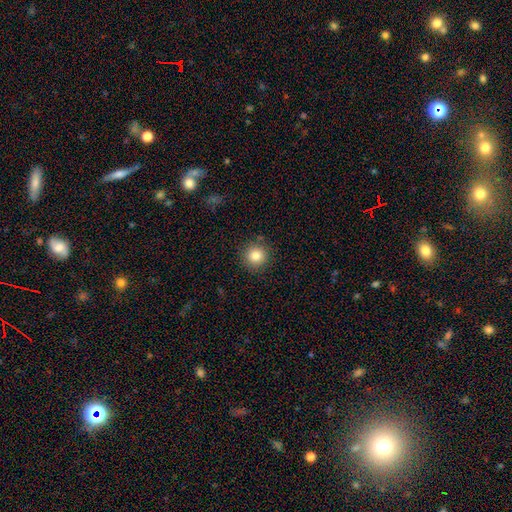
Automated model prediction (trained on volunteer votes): A smooth galaxy with no disk features (83%) that is round (94%). Merging: none (89%).